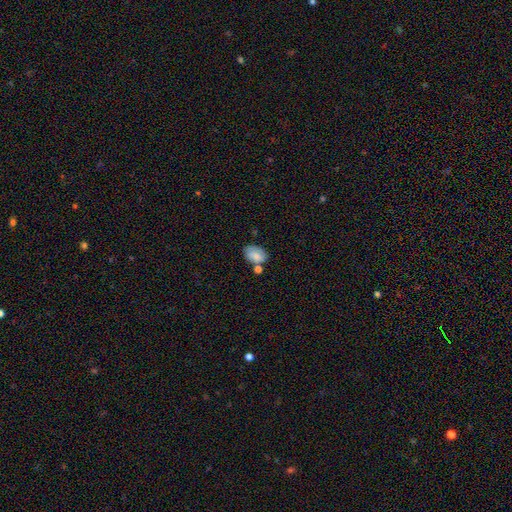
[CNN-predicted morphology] Q: Smooth or featured?
A: smooth (79%); runner-up: featured or disk (13%)
Q: How rounded?
A: in between (86%); runner-up: round (13%)
Q: Merging?
A: none (55%); runner-up: minor disturbance (21%)